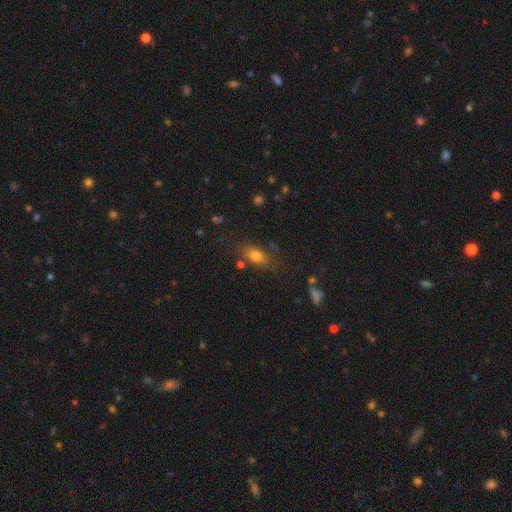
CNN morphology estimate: smooth_or_featured: smooth (p=0.77) [alt: featured or disk p=0.12]
how_rounded: in between (p=0.81) [alt: round p=0.11]
merging: none (p=0.73) [alt: minor disturbance p=0.16]